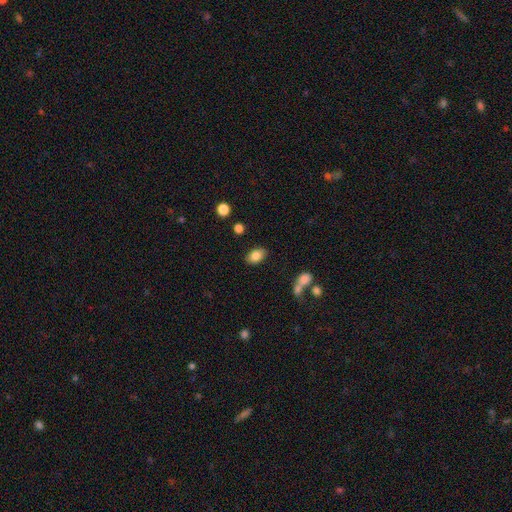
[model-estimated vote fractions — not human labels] Morphology: type=smooth (84%); roundness=in between (88%); merging=none (82%).